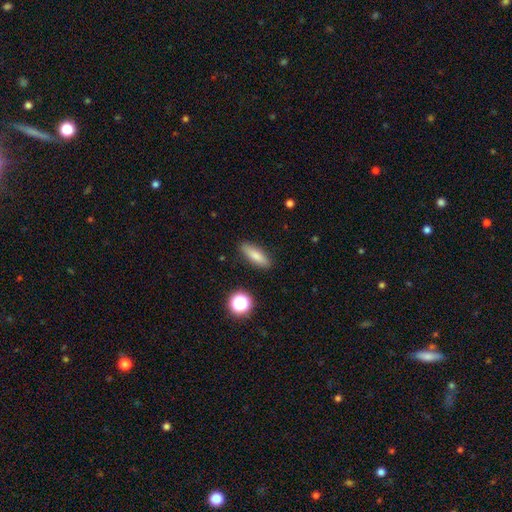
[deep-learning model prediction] Overall: smooth (79%). How rounded: in between (49%; cigar-shaped 48%). Merging: none (88%).